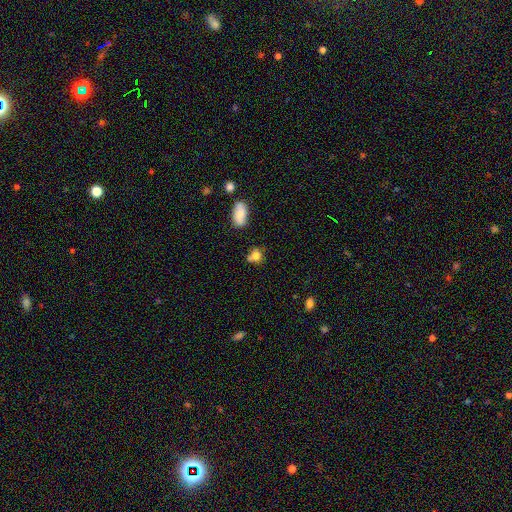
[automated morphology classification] A smooth galaxy with no disk features (76%) that is round (62%).

Vote fractions:
- Smooth or featured? smooth: 76% / featured or disk: 12% / star or artifact: 12%
- How rounded? round: 62% / in between: 36% / cigar-shaped: 2%
- Merging? none: 48% / merger: 24% / minor disturbance: 21% / major disturbance: 8%